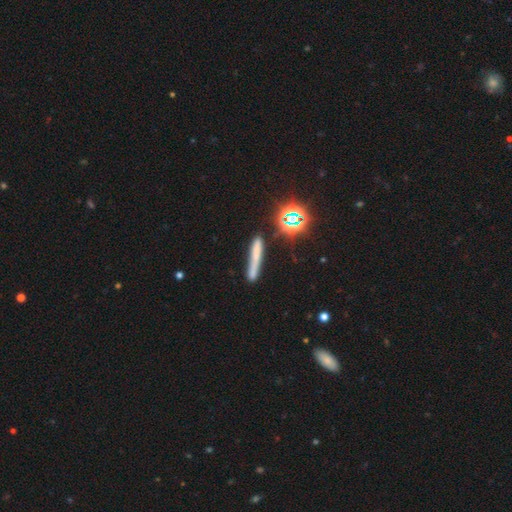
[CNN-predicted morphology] The model was most divided on "smooth or featured": smooth: 56%, featured or disk: 25%, star or artifact: 20%. More confident: how rounded — cigar-shaped (91%); merging — none (68%).